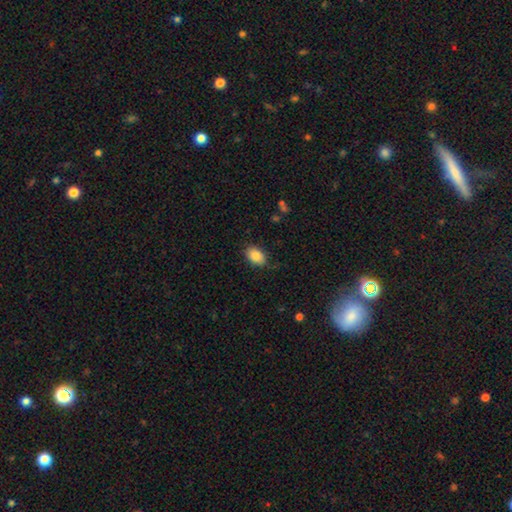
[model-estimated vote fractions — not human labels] A smooth galaxy with no disk features (85%) that is in between round and cigar-shaped (85%). Merging: none (83%).